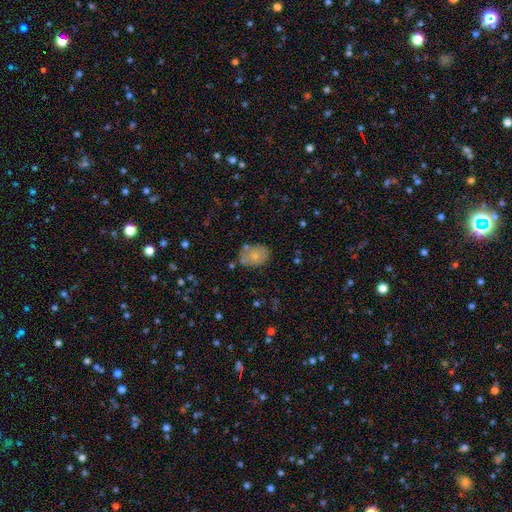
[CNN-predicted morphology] Smooth or featured?
  - smooth: 73% *
  - featured or disk: 19%
  - star or artifact: 9%
How rounded?
  - in between: 69% *
  - round: 30%
  - cigar-shaped: 1%
Merging?
  - none: 72% *
  - minor disturbance: 17%
  - merger: 6%
  - major disturbance: 4%